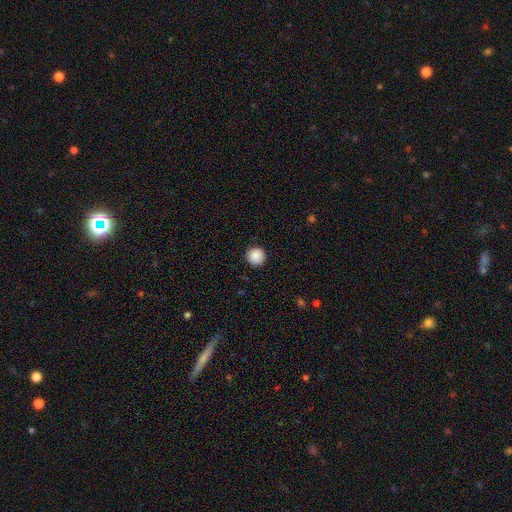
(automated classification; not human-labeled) Smooth or featured? Predicted: smooth (p=0.89). How rounded? Predicted: round (p=0.96). Merging? Predicted: none (p=0.91).